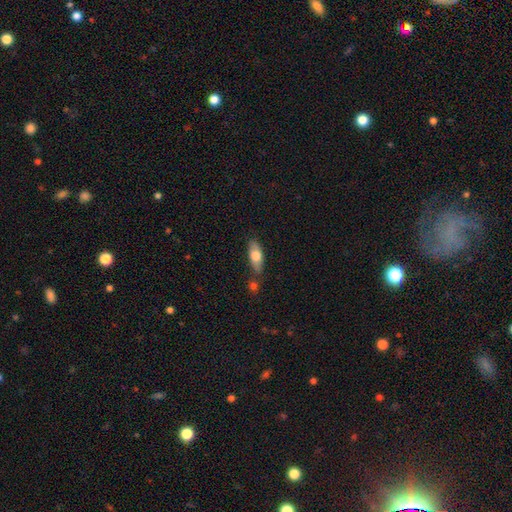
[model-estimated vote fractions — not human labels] smooth_or_featured: smooth (p=0.69) [alt: featured or disk p=0.25]
how_rounded: in between (p=0.74) [alt: cigar-shaped p=0.22]
merging: none (p=0.68) [alt: minor disturbance p=0.16]